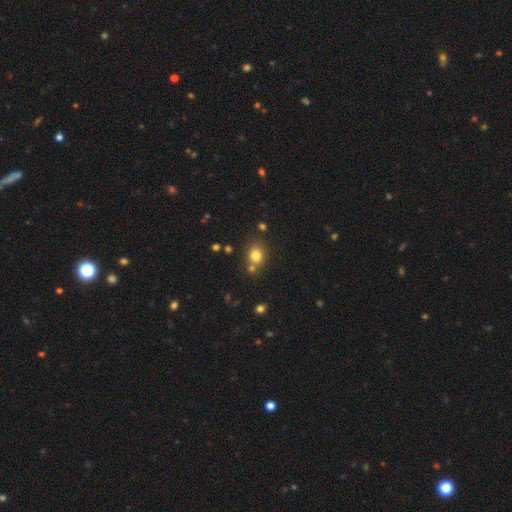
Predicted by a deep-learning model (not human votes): A smooth galaxy with no disk features (78%) that is round (68%). Merging: none (67%).